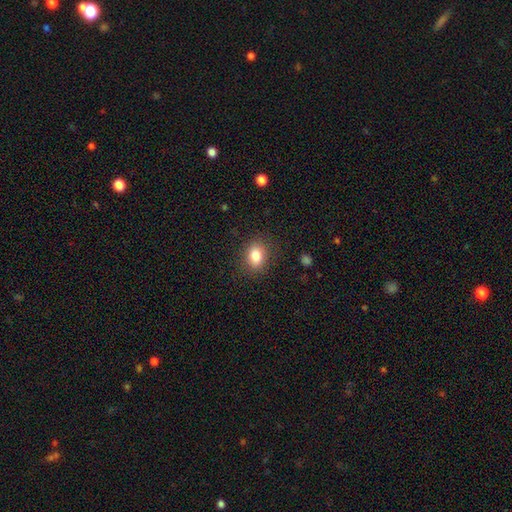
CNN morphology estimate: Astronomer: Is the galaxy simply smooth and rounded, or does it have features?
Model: smooth — 83%.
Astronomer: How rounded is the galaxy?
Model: in between — 59% (runner-up: round, 40%).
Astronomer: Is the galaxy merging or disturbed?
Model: none — 85%.